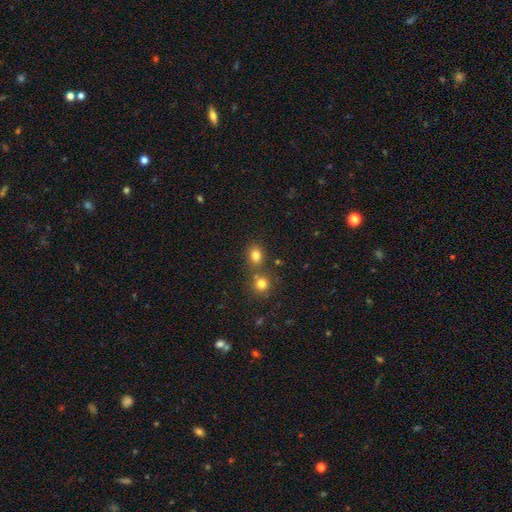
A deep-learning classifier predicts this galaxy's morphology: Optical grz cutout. It shows a smooth galaxy with no disk features (79%) that is round (57%). Merging: none (64%).